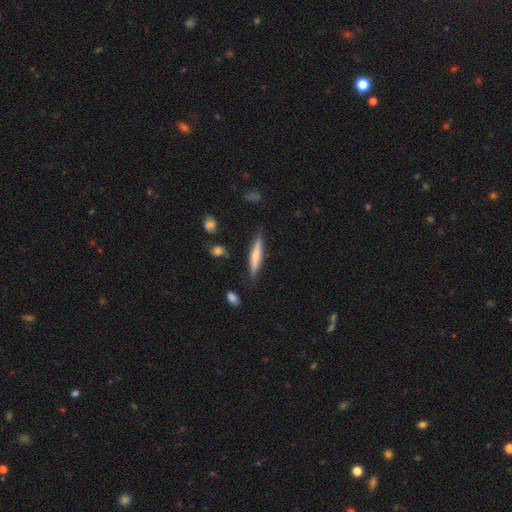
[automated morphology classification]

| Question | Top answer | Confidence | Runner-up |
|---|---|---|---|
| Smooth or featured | smooth | 59% | featured or disk (35%) |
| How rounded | cigar-shaped | 90% | in between (8%) |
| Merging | none | 80% | minor disturbance (14%) |